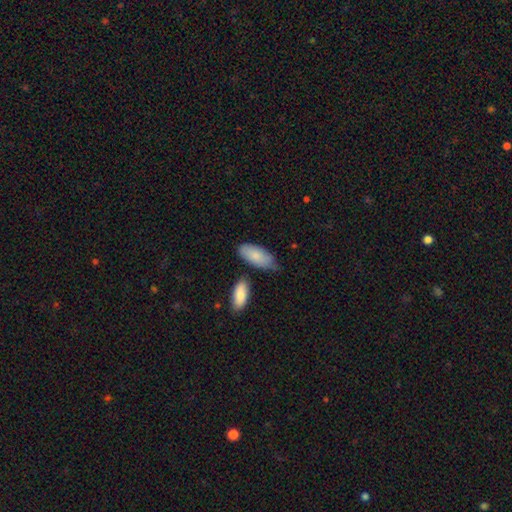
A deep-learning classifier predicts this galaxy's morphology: Smooth or featured?
  - smooth: 83% *
  - featured or disk: 11%
  - star or artifact: 5%
How rounded?
  - in between: 90% *
  - cigar-shaped: 7%
  - round: 2%
Merging?
  - none: 59% *
  - minor disturbance: 28%
  - merger: 7%
  - major disturbance: 5%